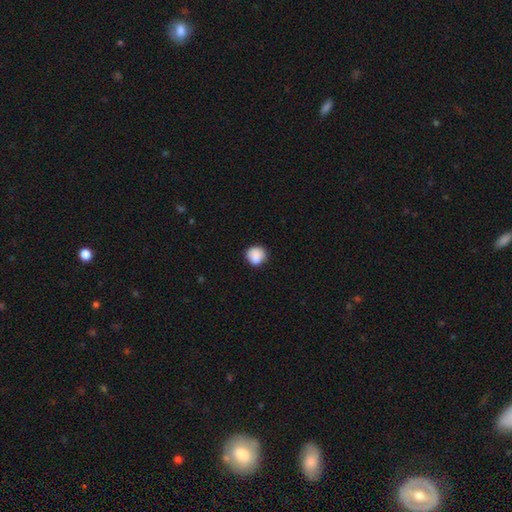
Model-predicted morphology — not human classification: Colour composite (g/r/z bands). It shows a smooth galaxy with no disk features (86%) that is round (87%). Merging: none (78%).